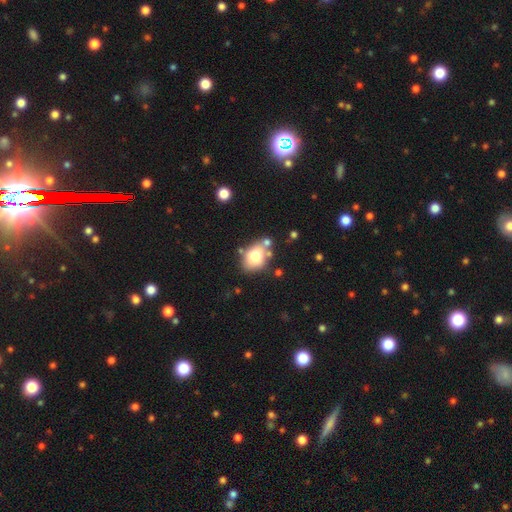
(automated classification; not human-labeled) smooth_or_featured: smooth (p=0.75) [alt: featured or disk p=0.16]
how_rounded: in between (p=0.69) [alt: round p=0.30]
merging: none (p=0.64) [alt: minor disturbance p=0.17]